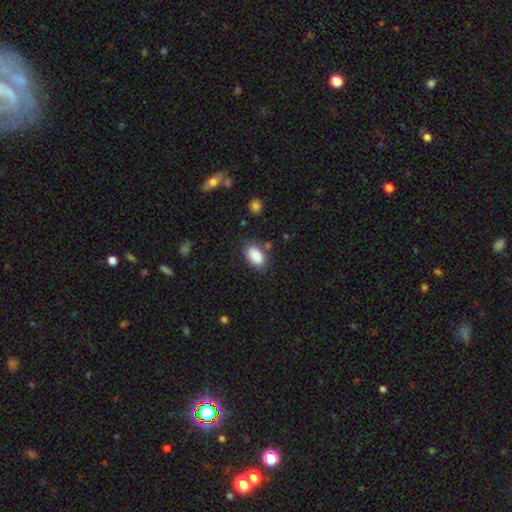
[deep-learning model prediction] Overall: smooth (88%). How rounded: in between (91%). Merging: none (77%).